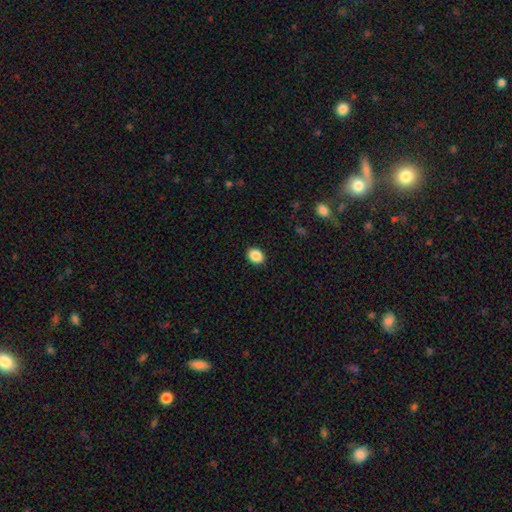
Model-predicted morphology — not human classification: Smooth or featured? Predicted: smooth (p=0.89). How rounded? Predicted: in between (p=0.55). Merging? Predicted: none (p=0.90).